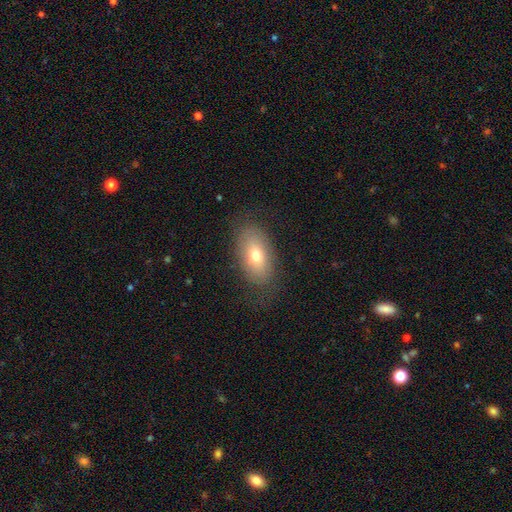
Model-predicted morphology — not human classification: Q: Smooth or featured?
A: smooth (68%); runner-up: featured or disk (23%)
Q: How rounded?
A: in between (90%); runner-up: round (8%)
Q: Merging?
A: none (78%); runner-up: minor disturbance (15%)